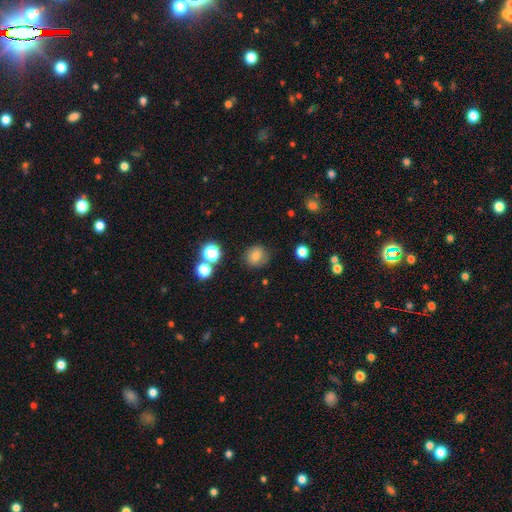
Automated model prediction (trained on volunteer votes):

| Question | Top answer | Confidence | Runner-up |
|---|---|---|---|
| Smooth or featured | smooth | 73% | star or artifact (15%) |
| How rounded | round | 80% | in between (19%) |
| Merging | none | 78% | minor disturbance (14%) |